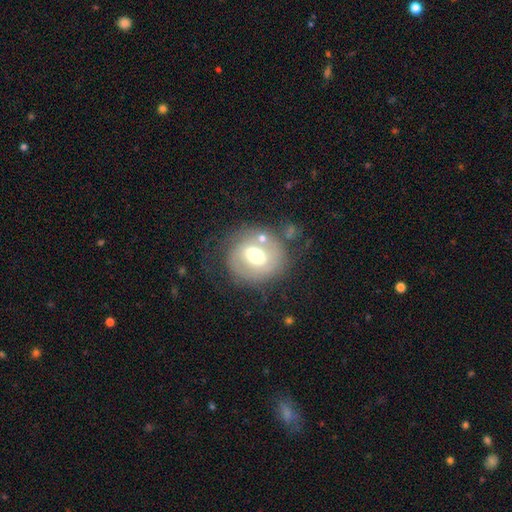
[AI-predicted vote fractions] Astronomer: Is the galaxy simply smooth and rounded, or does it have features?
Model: featured or disk — 56% (runner-up: smooth, 36%).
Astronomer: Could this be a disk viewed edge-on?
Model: no — 96%.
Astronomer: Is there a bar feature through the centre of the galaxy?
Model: weak — 44% (runner-up: no, 32%).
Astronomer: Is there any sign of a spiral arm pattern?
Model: yes — 51% (runner-up: no, 49%).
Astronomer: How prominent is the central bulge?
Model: moderate — 67%.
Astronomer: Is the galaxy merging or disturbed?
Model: none — 61%.